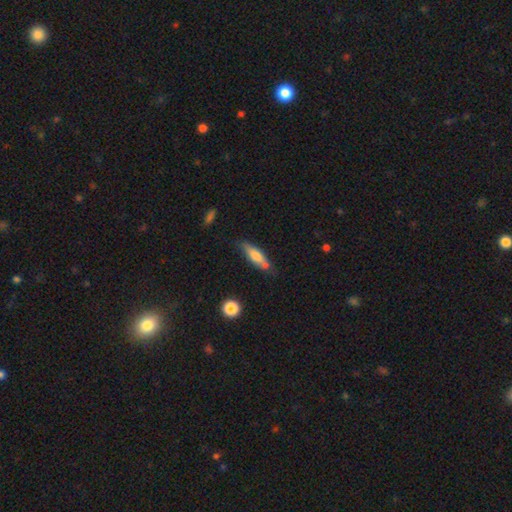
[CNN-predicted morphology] The model was most divided on "how rounded": cigar-shaped: 60%, in between: 38%, round: 2%. More confident: smooth or featured — smooth (67%); merging — none (61%).